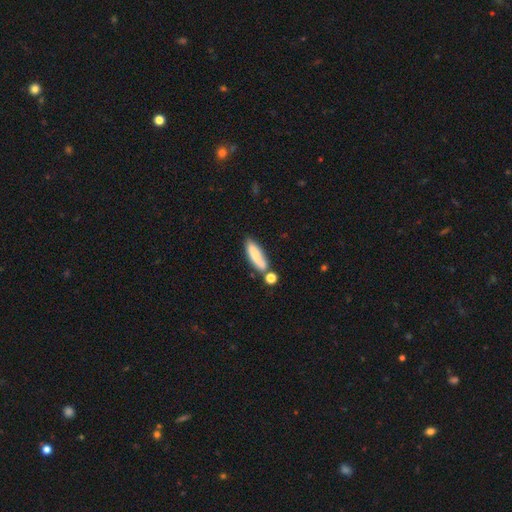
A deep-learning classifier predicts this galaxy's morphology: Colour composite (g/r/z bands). It shows a smooth galaxy with no disk features (75%) that is cigar-shaped (57%). Merging: none (59%).